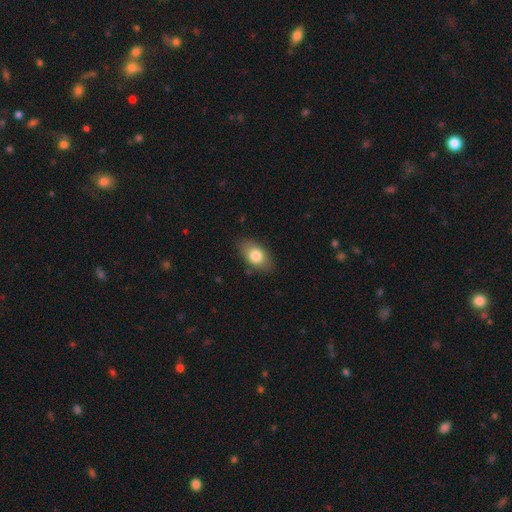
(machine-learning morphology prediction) smooth_or_featured: smooth (p=0.79) [alt: featured or disk p=0.14]
how_rounded: in between (p=0.89) [alt: round p=0.09]
merging: none (p=0.83) [alt: minor disturbance p=0.13]